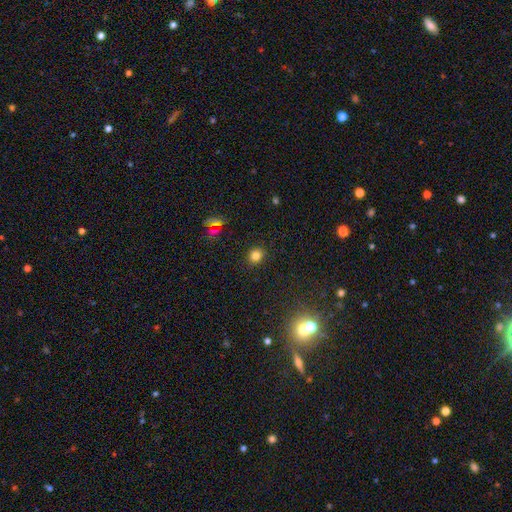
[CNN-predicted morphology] A smooth galaxy with no disk features (81%) that is round (80%). Merging: none (89%).